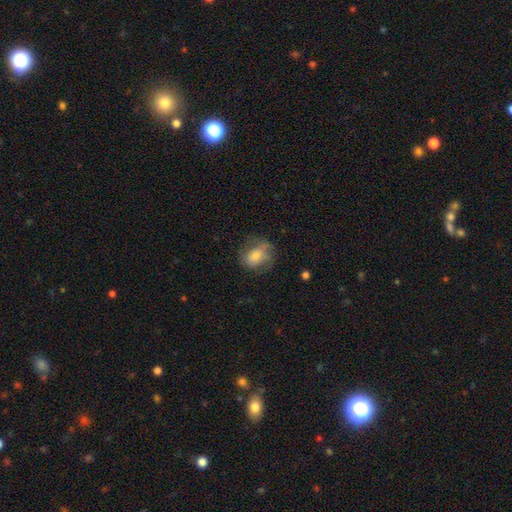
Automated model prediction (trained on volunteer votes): smooth 61%, featured or disk 29%, star or artifact 10%. Down the decision tree: how rounded — in between (55%); merging — none (58%).